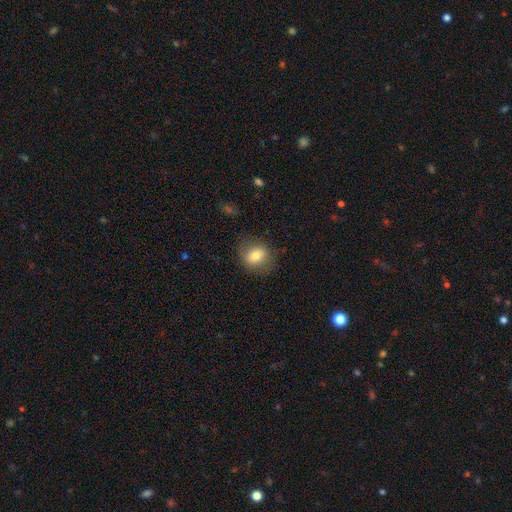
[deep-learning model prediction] Smooth or featured? smooth (74%)
How rounded? round (65%)
Merging? none (77%)